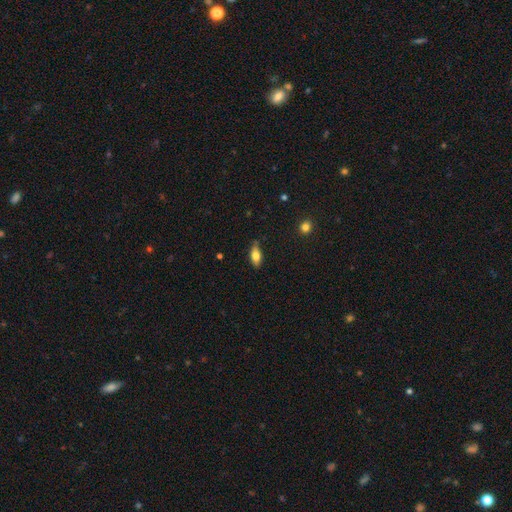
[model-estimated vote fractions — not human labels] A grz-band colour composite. It shows a smooth galaxy with no disk features (73%) that is in between round and cigar-shaped (82%). Merging: none (76%).